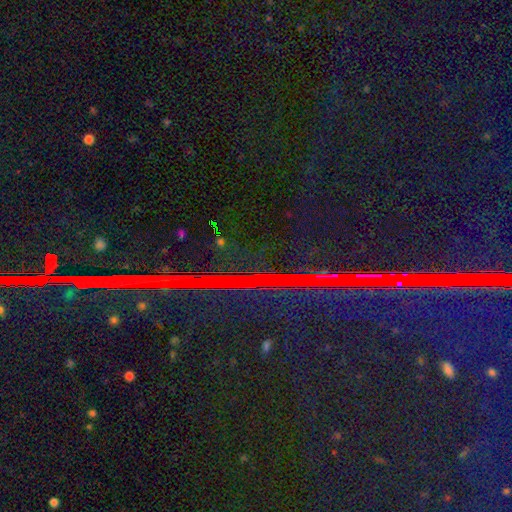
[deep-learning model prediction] Morphology: type=star or artifact (87%).